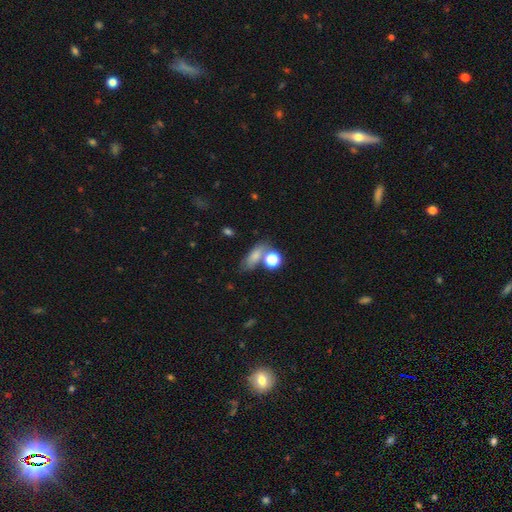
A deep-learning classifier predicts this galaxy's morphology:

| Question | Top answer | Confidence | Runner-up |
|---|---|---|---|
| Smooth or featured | smooth | 74% | star or artifact (13%) |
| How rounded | in between | 61% | round (20%) |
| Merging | none | 54% | merger (23%) |